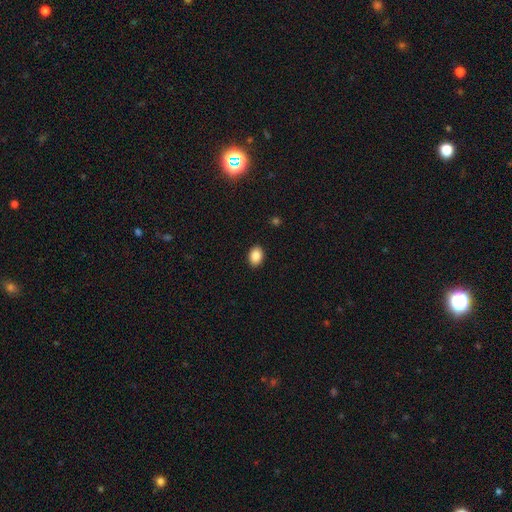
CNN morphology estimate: Q: Smooth or featured?
A: smooth (87%); runner-up: star or artifact (8%)
Q: How rounded?
A: in between (77%); runner-up: round (22%)
Q: Merging?
A: none (90%); runner-up: minor disturbance (7%)